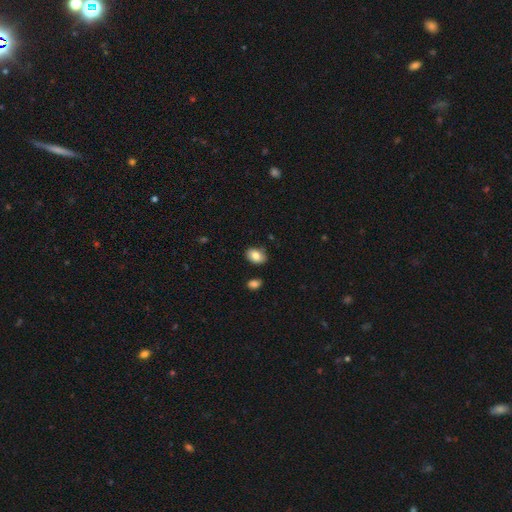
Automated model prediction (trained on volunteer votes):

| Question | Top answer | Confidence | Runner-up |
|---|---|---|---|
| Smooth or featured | smooth | 82% | featured or disk (10%) |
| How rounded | in between | 78% | round (20%) |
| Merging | none | 82% | minor disturbance (13%) |